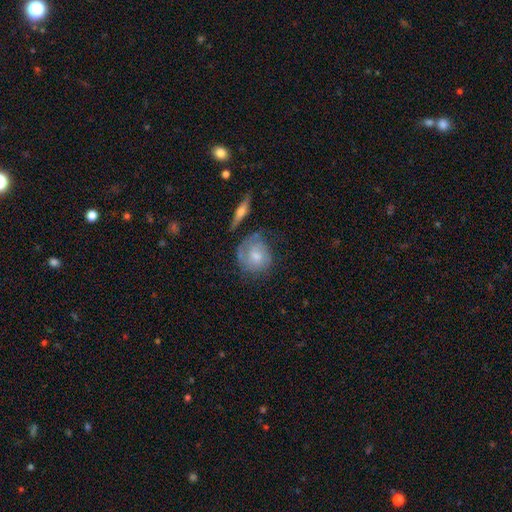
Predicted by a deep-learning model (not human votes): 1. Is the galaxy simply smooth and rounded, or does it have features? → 52% smooth, 41% featured or disk, 7% star or artifact.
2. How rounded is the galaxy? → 77% round, 21% in between, 2% cigar-shaped.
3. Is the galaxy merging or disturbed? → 55% none, 25% minor disturbance, 12% major disturbance, 9% merger.